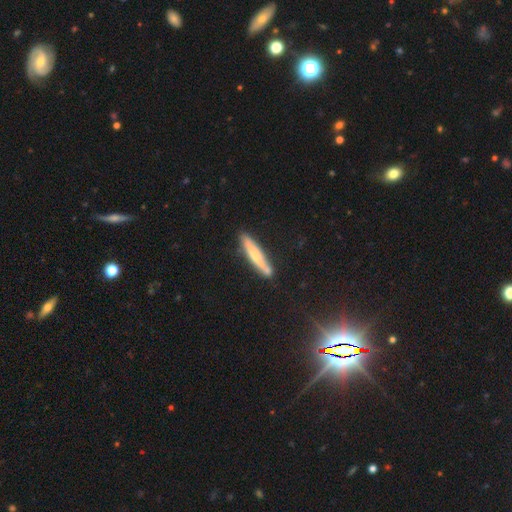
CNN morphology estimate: type=smooth (54%); roundness=cigar-shaped (93%); merging=none (80%).